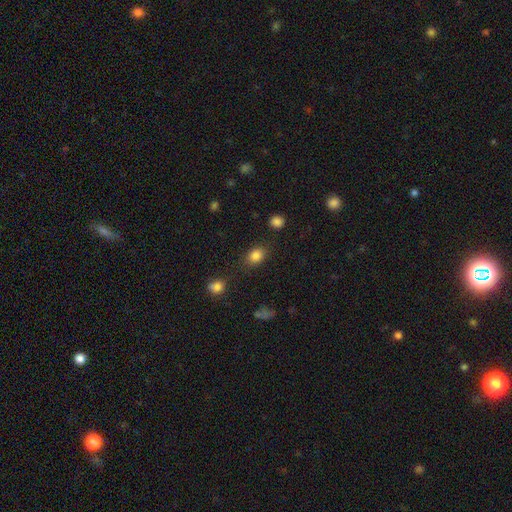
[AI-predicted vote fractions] smooth_or_featured: smooth (p=0.84) [alt: star or artifact p=0.11]
how_rounded: in between (p=0.63) [alt: round p=0.36]
merging: none (p=0.78) [alt: minor disturbance p=0.13]